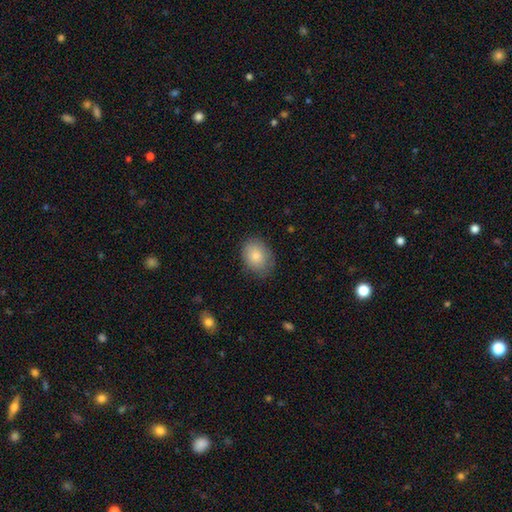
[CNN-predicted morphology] Smooth or featured? smooth (81%)
How rounded? in between (68%)
Merging? none (78%)